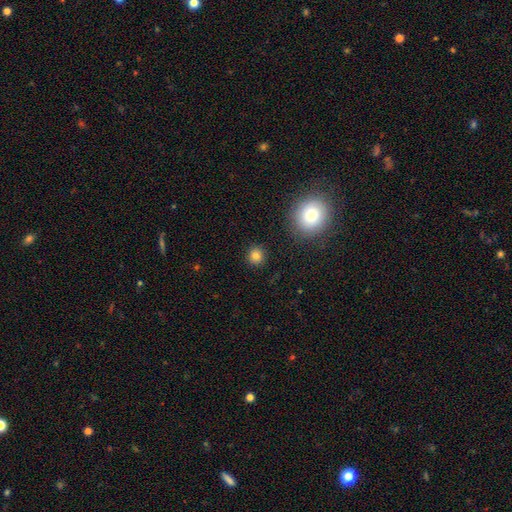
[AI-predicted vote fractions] A smooth galaxy with no disk features (81%) that is round (90%). Merging: none (90%).